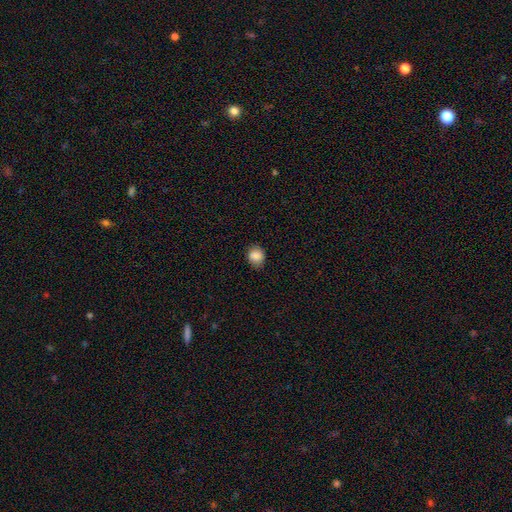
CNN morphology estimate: smooth_or_featured: smooth (p=0.86) [alt: star or artifact p=0.09]
how_rounded: round (p=0.67) [alt: in between p=0.33]
merging: none (p=0.82) [alt: minor disturbance p=0.14]